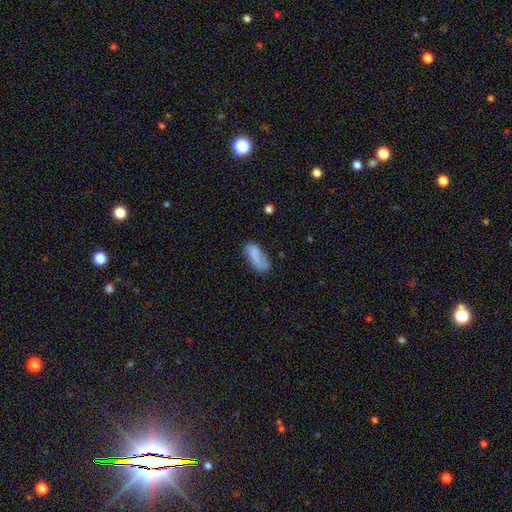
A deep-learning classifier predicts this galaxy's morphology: Smooth or featured? smooth (79%)
How rounded? in between (82%)
Merging? none (55%)